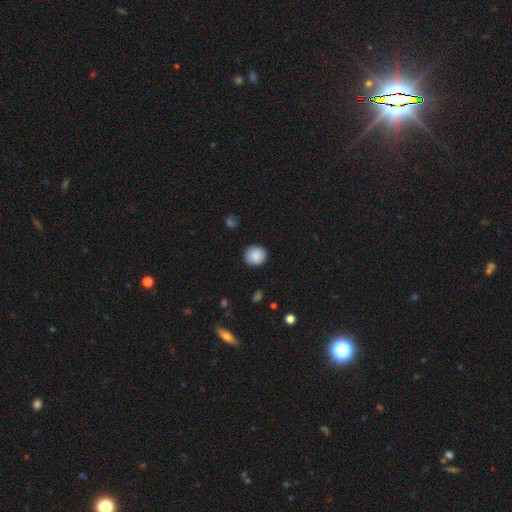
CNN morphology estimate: smooth 85%, star or artifact 8%, featured or disk 7%. Down the decision tree: how rounded — round (87%); merging — none (87%).